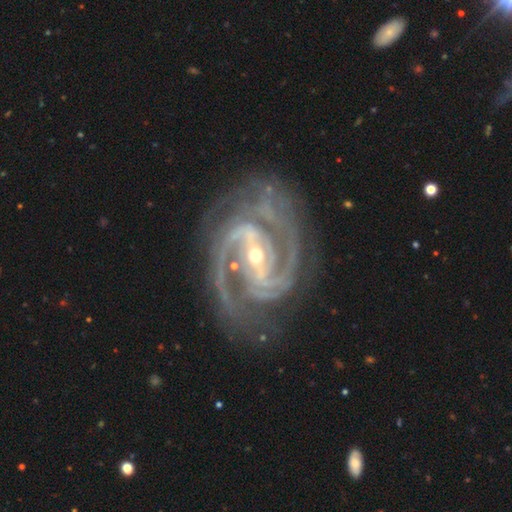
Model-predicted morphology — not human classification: Smooth or featured? featured or disk (94%)
Edge-on disk? no (98%)
Bar? strong (55%)
Spiral arms? yes (99%)
Spiral winding? medium (49%)
Spiral arm count? 2 (65%)
Bulge size? small (61%)
Merging? none (73%)